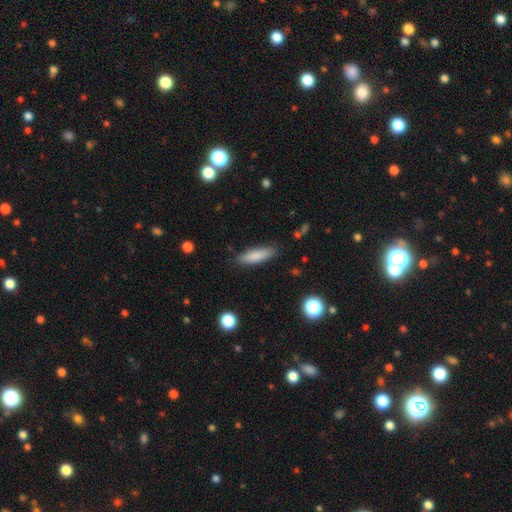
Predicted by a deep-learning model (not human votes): Smooth or featured: smooth — 83% (featured or disk — 10%)
How rounded: cigar-shaped — 59% (in between — 39%)
Merging: none — 85% (minor disturbance — 11%)